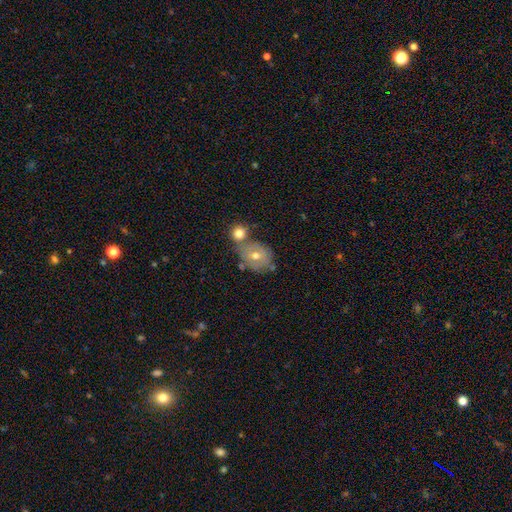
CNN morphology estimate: A smooth galaxy with no disk features (51%) that is round (57%). Merging: none (47%).